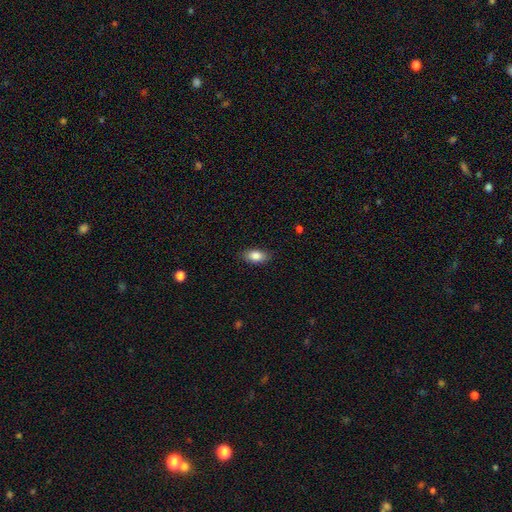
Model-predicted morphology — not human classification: Overall: smooth (85%). How rounded: in between (90%). Merging: none (86%).